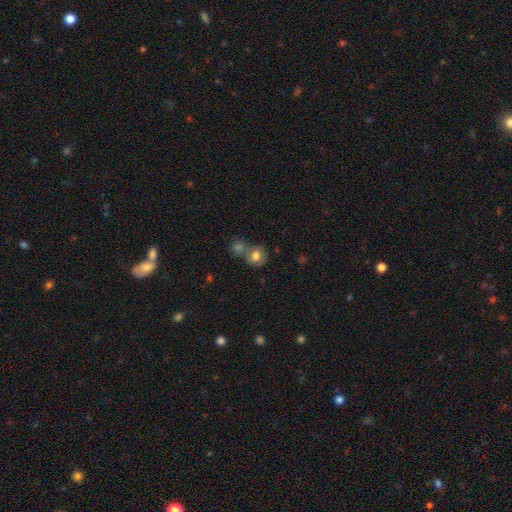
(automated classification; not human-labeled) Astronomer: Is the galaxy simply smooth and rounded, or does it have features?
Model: smooth — 73%.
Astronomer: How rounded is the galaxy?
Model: round — 61% (runner-up: in between, 38%).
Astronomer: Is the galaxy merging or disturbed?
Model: merger — 45% (runner-up: none, 37%).